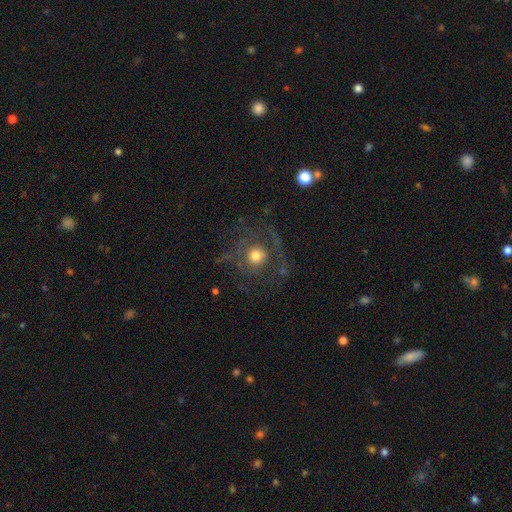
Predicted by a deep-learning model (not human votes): Morphology: type=featured or disk (53%); edge-on=no (96%); bar=no (86%); spiral arms=yes (57%); bulge=moderate (65%); merging=none (59%).